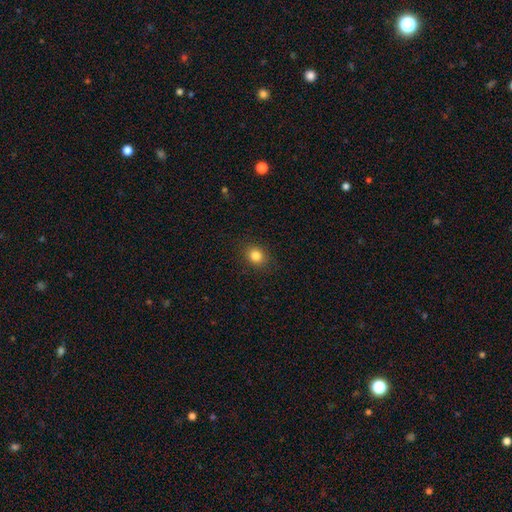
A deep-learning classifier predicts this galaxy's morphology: A smooth galaxy with no disk features (83%) that is round (62%). Merging: none (89%).